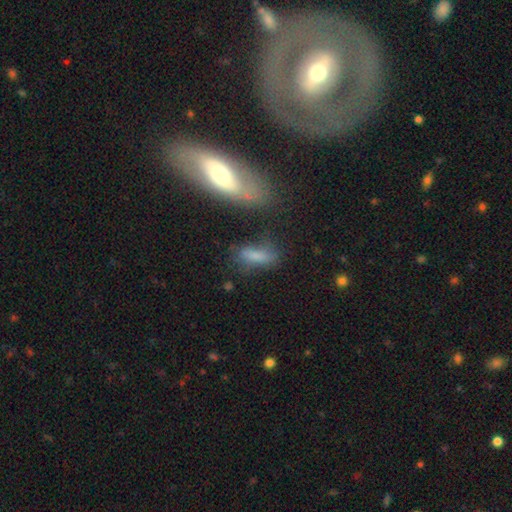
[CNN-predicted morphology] This is likely a smooth galaxy (73%). How rounded: possibly in between (52%). Merging: possibly none (54%).